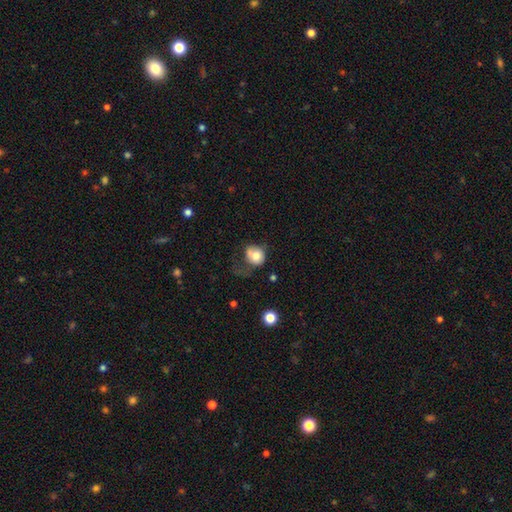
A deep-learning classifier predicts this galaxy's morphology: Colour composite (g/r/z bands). It shows a smooth galaxy with no disk features (71%) that is round (70%). Merging: major disturbance (36%).